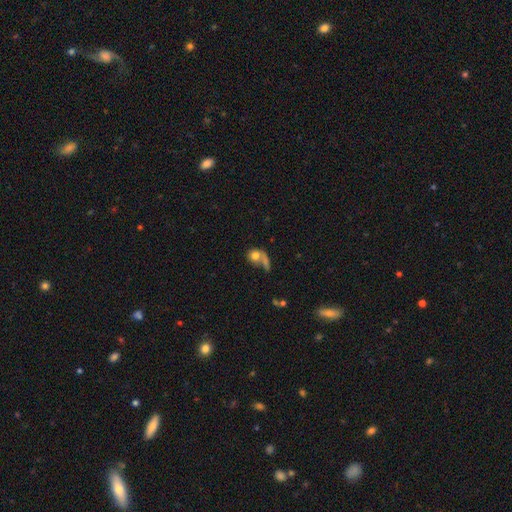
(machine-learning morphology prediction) The model was most divided on "merging": none: 34%, merger: 32%, major disturbance: 21%, minor disturbance: 13%. More confident: smooth or featured — smooth (70%); how rounded — round (67%).